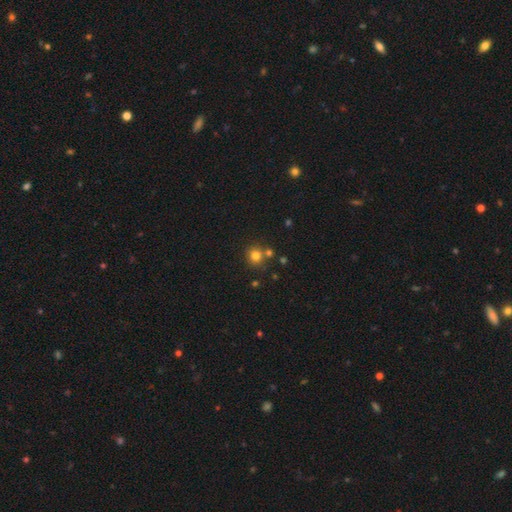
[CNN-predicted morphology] smooth-or-featured: smooth: 78% | star or artifact: 15% | featured or disk: 7%
  how-rounded: round: 89% | in between: 10% | cigar-shaped: 1%
  merging: none: 70% | merger: 18% | minor disturbance: 9% | major disturbance: 3%